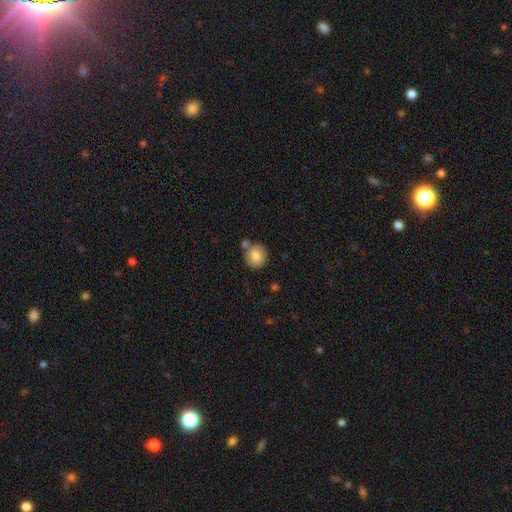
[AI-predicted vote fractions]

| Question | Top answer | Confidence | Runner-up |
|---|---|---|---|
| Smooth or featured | smooth | 83% | featured or disk (9%) |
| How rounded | round | 88% | in between (11%) |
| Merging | none | 69% | merger (16%) |